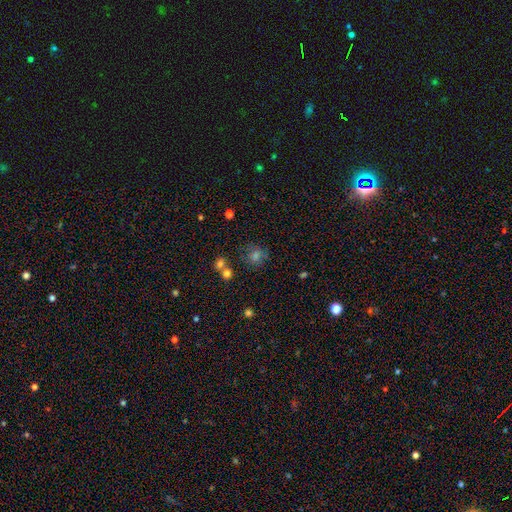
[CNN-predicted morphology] Smooth or featured? Predicted: smooth (p=0.55). How rounded? Predicted: round (p=0.84). Merging? Predicted: none (p=0.74).